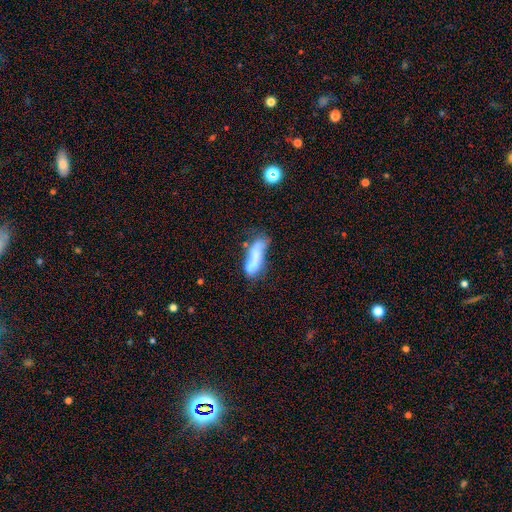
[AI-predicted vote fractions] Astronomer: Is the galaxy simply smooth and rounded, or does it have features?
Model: smooth — 53% (runner-up: featured or disk, 38%).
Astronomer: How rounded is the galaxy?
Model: in between — 54% (runner-up: cigar-shaped, 43%).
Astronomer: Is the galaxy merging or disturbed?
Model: none — 32% (runner-up: minor disturbance, 24%).